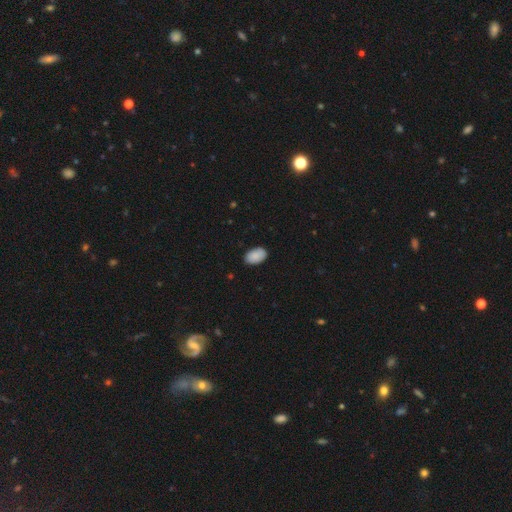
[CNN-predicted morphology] Smooth or featured?
  - smooth: 89% *
  - star or artifact: 7%
  - featured or disk: 4%
How rounded?
  - in between: 92% *
  - round: 7%
  - cigar-shaped: 1%
Merging?
  - none: 87% *
  - minor disturbance: 10%
  - major disturbance: 2%
  - merger: 1%